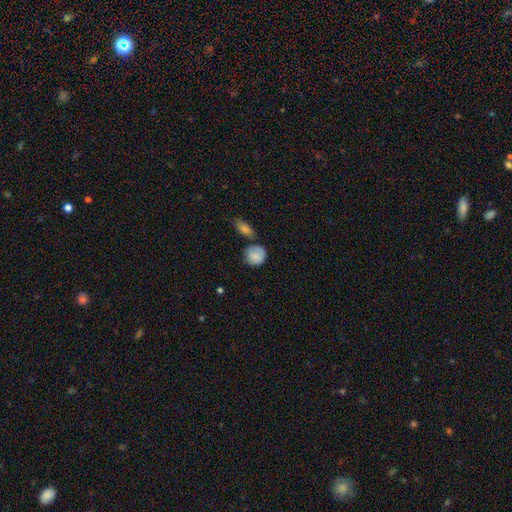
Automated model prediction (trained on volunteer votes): This is clearly a smooth galaxy (85%). How rounded: clearly round (81%). Merging: likely none (62%).